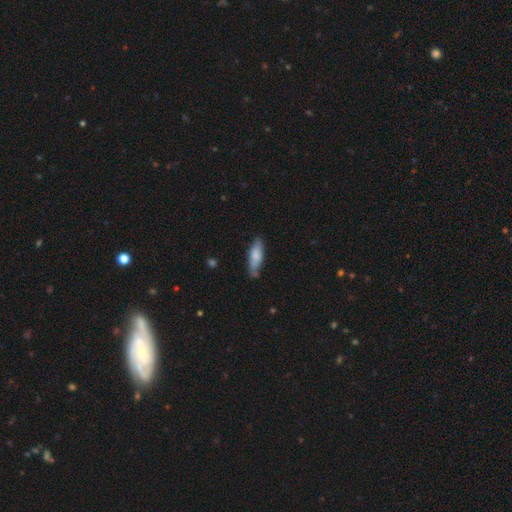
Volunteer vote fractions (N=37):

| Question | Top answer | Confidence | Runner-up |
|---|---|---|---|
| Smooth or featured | smooth | 84% | featured or disk (11%) |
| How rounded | cigar-shaped | 55% | in between (45%) |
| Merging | none | 74% | minor disturbance (17%) |